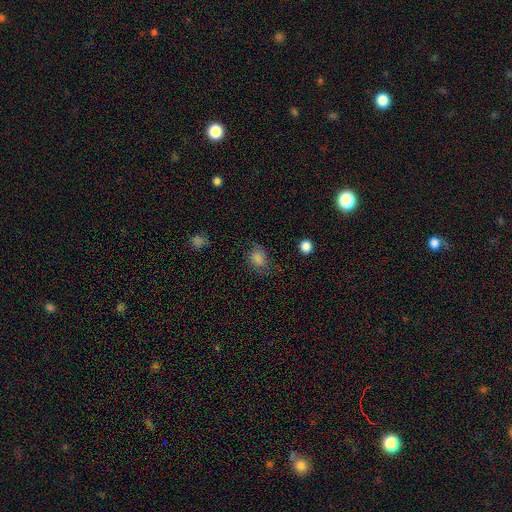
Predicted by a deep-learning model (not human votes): Smooth or featured? Predicted: smooth (p=0.64). How rounded? Predicted: round (p=0.55). Merging? Predicted: none (p=0.65).